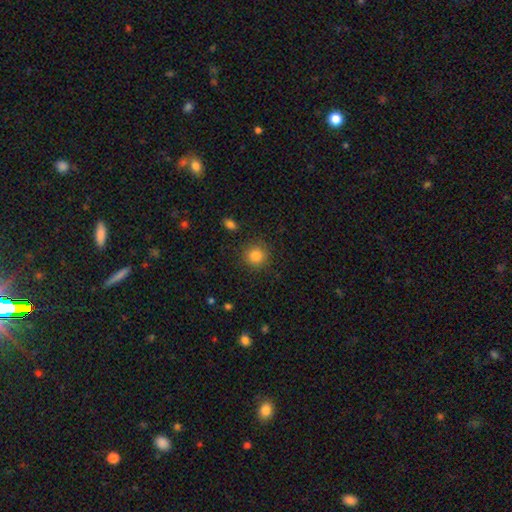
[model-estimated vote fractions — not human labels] Smooth or featured: smooth — 84% (star or artifact — 11%)
How rounded: round — 92% (in between — 7%)
Merging: none — 87% (minor disturbance — 8%)